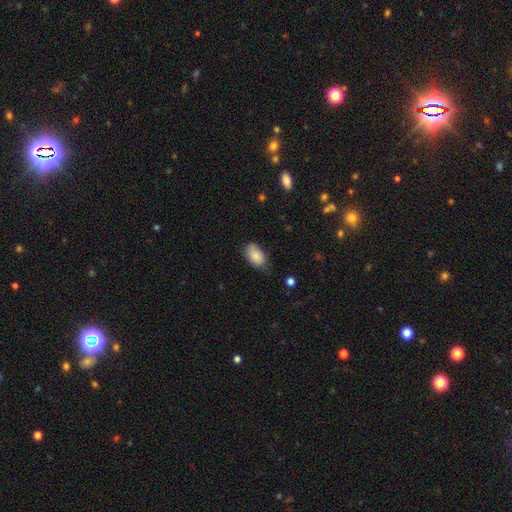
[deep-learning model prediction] The model was most divided on "merging": none: 68%, minor disturbance: 26%, major disturbance: 5%, merger: 1%. More confident: how rounded — in between (92%); smooth or featured — smooth (87%).